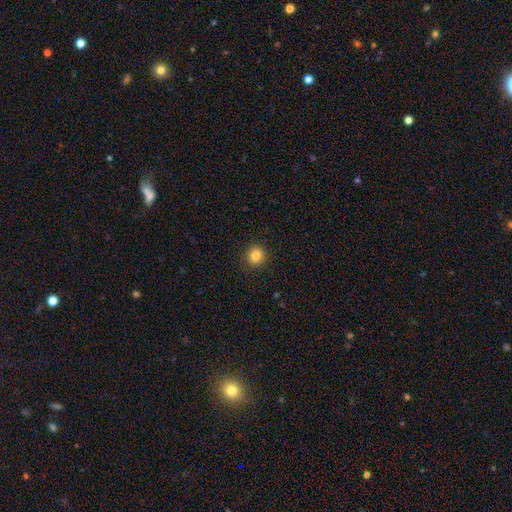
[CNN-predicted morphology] smooth 84%, star or artifact 11%, featured or disk 5%. Down the decision tree: how rounded — round (90%); merging — none (91%).